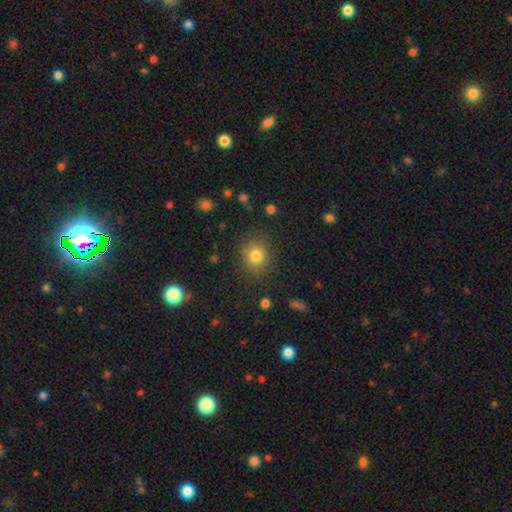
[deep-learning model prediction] Smooth or featured? Predicted: smooth (p=0.80). How rounded? Predicted: round (p=0.77). Merging? Predicted: none (p=0.84).